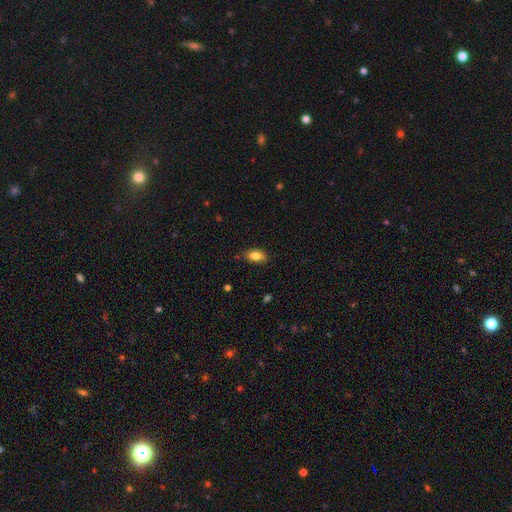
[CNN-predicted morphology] The model was most divided on "merging": none: 84%, minor disturbance: 13%, major disturbance: 2%, merger: 1%. More confident: how rounded — in between (89%); smooth or featured — smooth (84%).